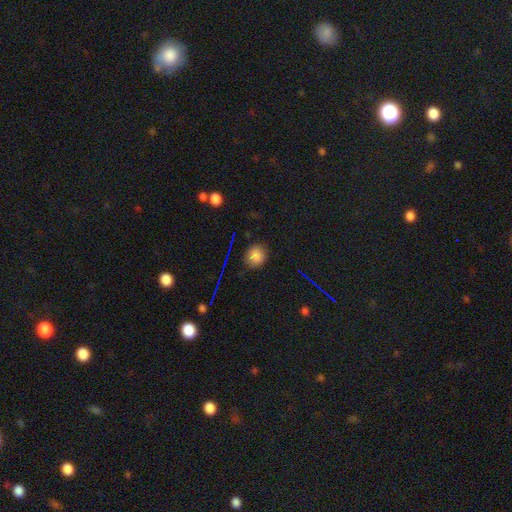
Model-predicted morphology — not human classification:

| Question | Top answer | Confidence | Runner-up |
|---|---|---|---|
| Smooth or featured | smooth | 75% | star or artifact (17%) |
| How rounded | round | 84% | in between (15%) |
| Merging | none | 83% | minor disturbance (12%) |